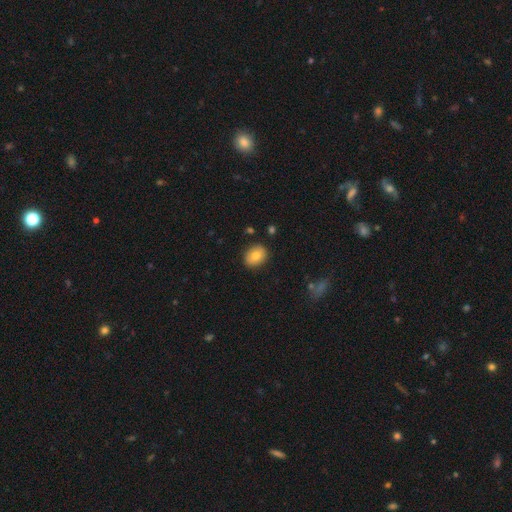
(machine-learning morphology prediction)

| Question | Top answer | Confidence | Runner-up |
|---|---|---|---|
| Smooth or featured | smooth | 78% | featured or disk (14%) |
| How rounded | in between | 52% | round (47%) |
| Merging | none | 87% | minor disturbance (10%) |